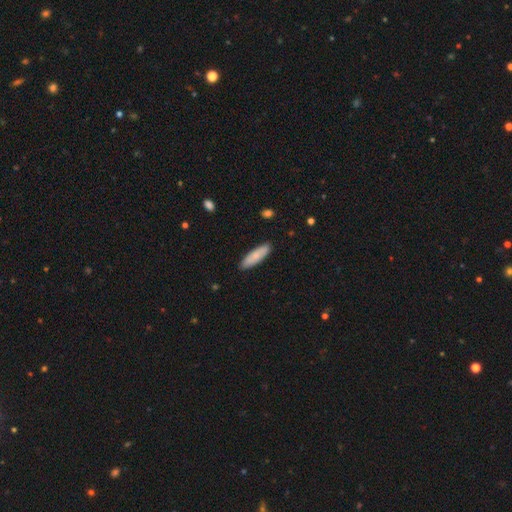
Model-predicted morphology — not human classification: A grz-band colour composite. It shows a smooth galaxy with no disk features (82%) that is cigar-shaped (57%). Merging: none (89%).